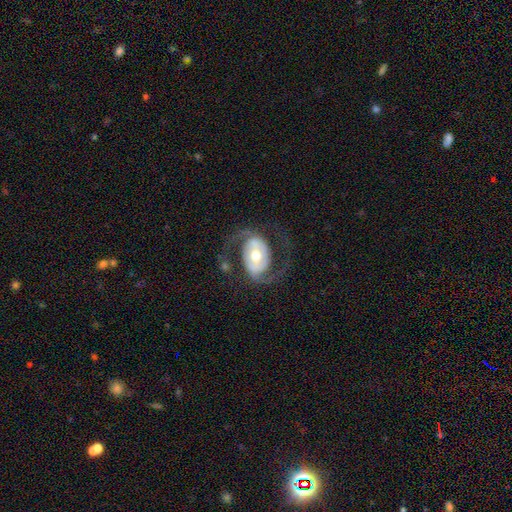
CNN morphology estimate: Q: Smooth or featured?
A: featured or disk (85%); runner-up: smooth (10%)
Q: Edge-on disk?
A: no (97%); runner-up: yes (3%)
Q: Bar?
A: no (47%); runner-up: weak (31%)
Q: Spiral arms?
A: yes (90%); runner-up: no (10%)
Q: Spiral winding?
A: medium (48%); runner-up: loose (35%)
Q: Spiral arm count?
A: 2 (91%); runner-up: can't tell (3%)
Q: Bulge size?
A: moderate (71%); runner-up: small (18%)
Q: Merging?
A: none (69%); runner-up: major disturbance (17%)